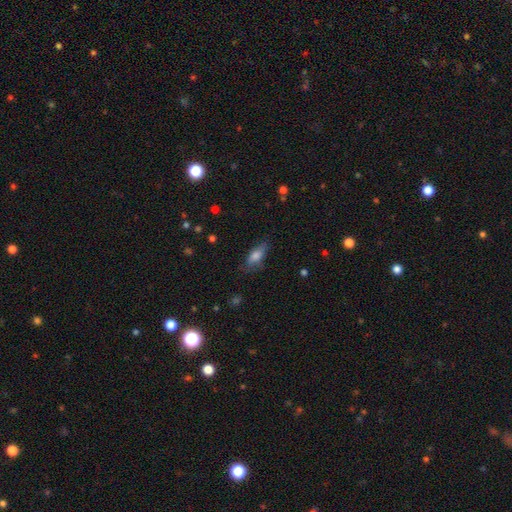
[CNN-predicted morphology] Overall: smooth (76%). How rounded: in between (76%). Merging: none (70%).